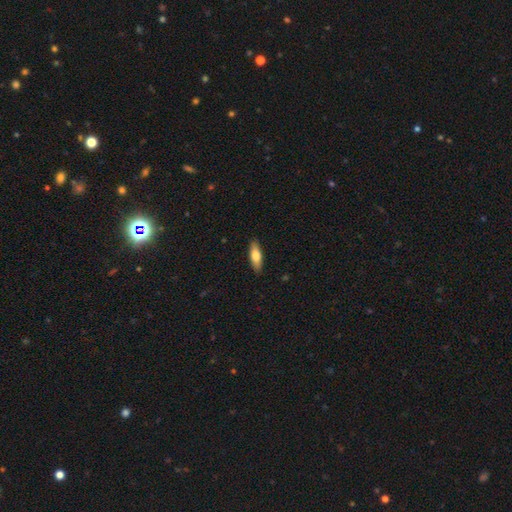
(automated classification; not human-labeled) Q: Smooth or featured?
A: smooth (74%); runner-up: featured or disk (21%)
Q: How rounded?
A: in between (57%); runner-up: cigar-shaped (41%)
Q: Merging?
A: none (88%); runner-up: minor disturbance (9%)